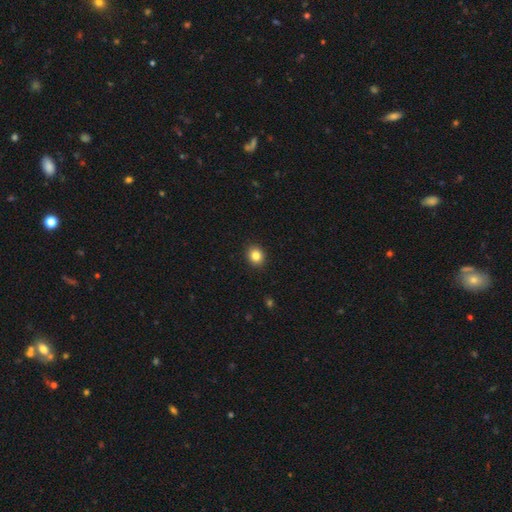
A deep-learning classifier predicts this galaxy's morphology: A smooth galaxy with no disk features (83%) that is round (72%). Merging: none (92%).